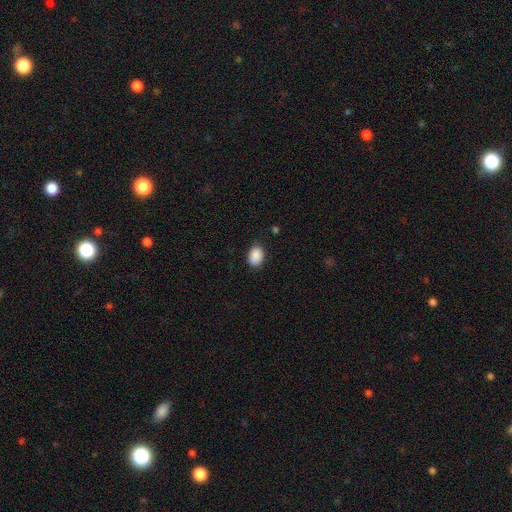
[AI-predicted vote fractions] Smooth or featured? Predicted: smooth (p=0.90). How rounded? Predicted: in between (p=0.78). Merging? Predicted: none (p=0.83).